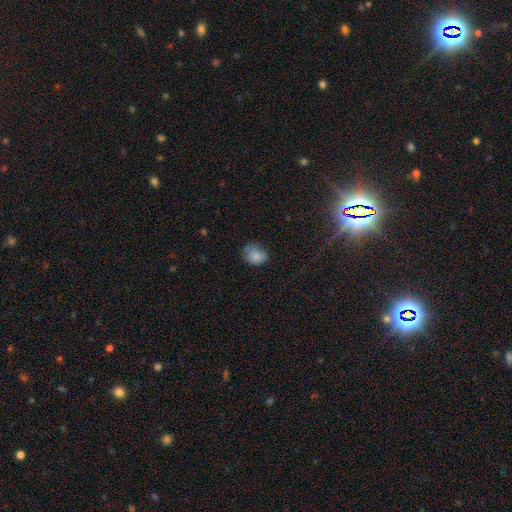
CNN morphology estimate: Q: Smooth or featured?
A: smooth (80%); runner-up: star or artifact (11%)
Q: How rounded?
A: round (56%); runner-up: in between (43%)
Q: Merging?
A: none (59%); runner-up: minor disturbance (29%)